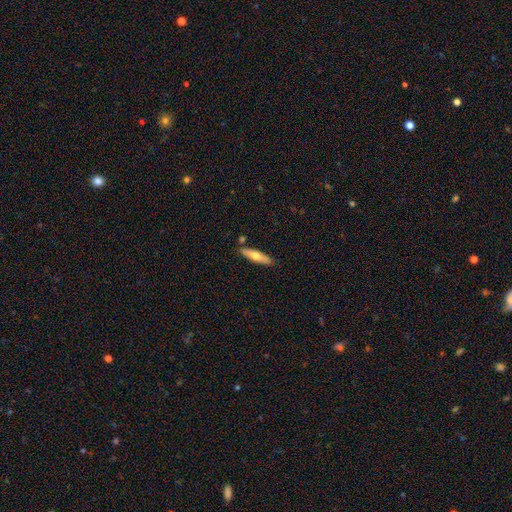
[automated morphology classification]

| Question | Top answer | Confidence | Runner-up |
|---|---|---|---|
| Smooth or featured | smooth | 57% | featured or disk (38%) |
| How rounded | cigar-shaped | 73% | in between (25%) |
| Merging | none | 85% | minor disturbance (10%) |